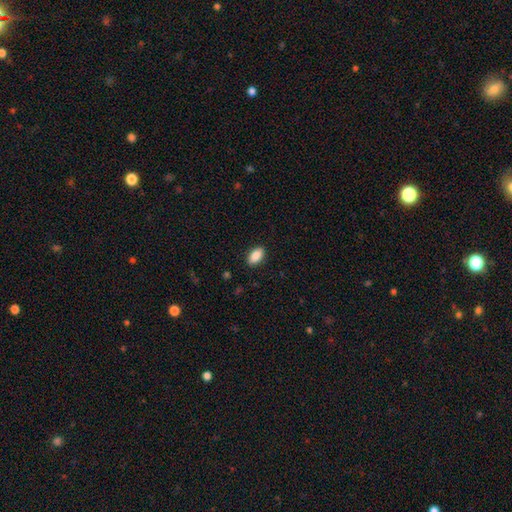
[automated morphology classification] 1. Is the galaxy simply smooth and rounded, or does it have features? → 89% smooth, 7% star or artifact, 4% featured or disk.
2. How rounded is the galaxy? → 93% in between, 5% round, 2% cigar-shaped.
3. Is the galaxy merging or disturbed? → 89% none, 8% minor disturbance, 2% major disturbance, 1% merger.